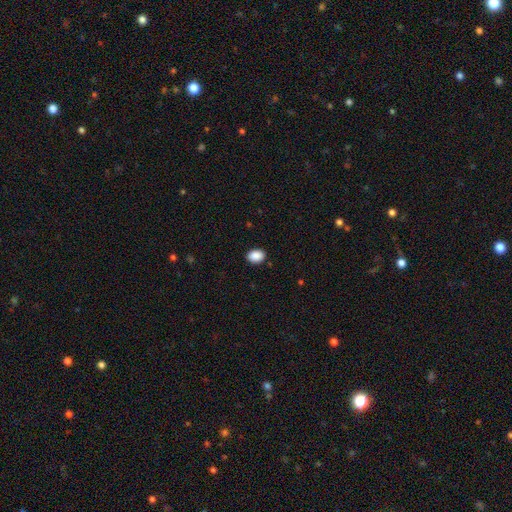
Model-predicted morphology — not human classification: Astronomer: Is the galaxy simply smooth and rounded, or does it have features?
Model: smooth — 90%.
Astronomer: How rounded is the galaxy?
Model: in between — 73%.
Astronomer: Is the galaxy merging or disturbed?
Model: none — 89%.